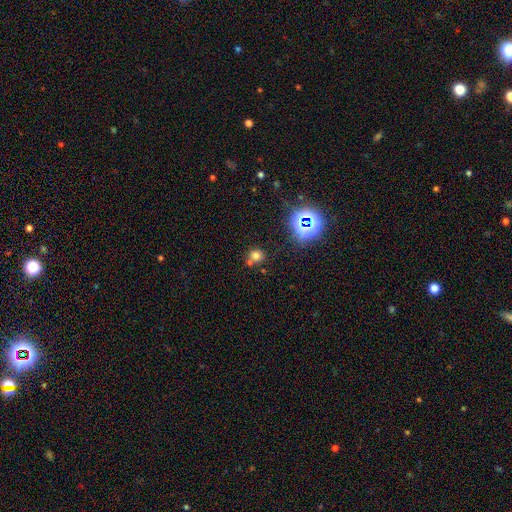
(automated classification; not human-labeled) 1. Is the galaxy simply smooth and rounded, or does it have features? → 67% smooth, 24% star or artifact, 9% featured or disk.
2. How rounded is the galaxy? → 83% round, 16% in between, 1% cigar-shaped.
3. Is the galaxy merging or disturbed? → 61% none, 25% merger, 10% minor disturbance, 4% major disturbance.